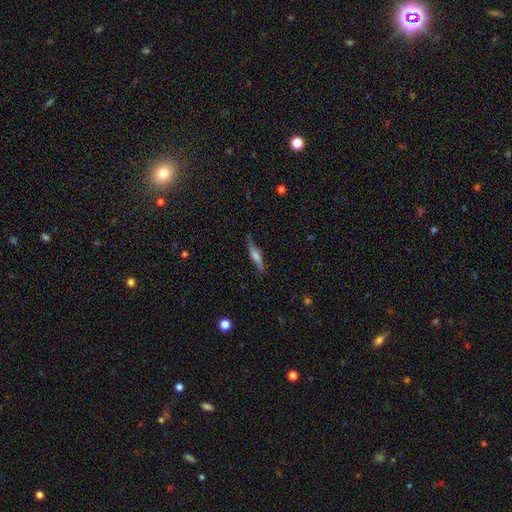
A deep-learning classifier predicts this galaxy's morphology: Smooth or featured? Predicted: featured or disk (p=0.52). Edge-on disk? Predicted: yes (p=0.77). Merging? Predicted: none (p=0.72).